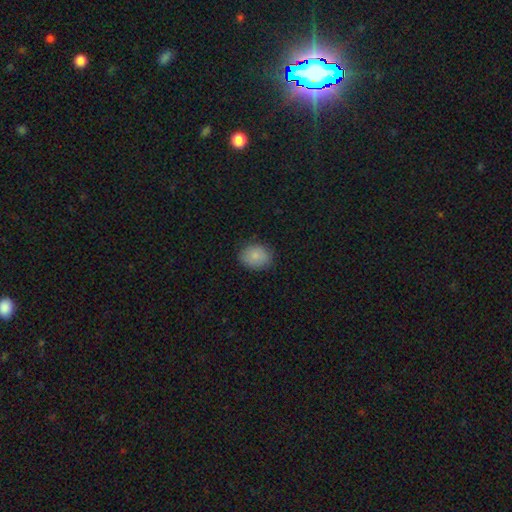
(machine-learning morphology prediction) Smooth or featured?
  - smooth: 86% *
  - star or artifact: 8%
  - featured or disk: 6%
How rounded?
  - round: 51% *
  - in between: 48%
  - cigar-shaped: 1%
Merging?
  - none: 84% *
  - minor disturbance: 12%
  - major disturbance: 3%
  - merger: 1%